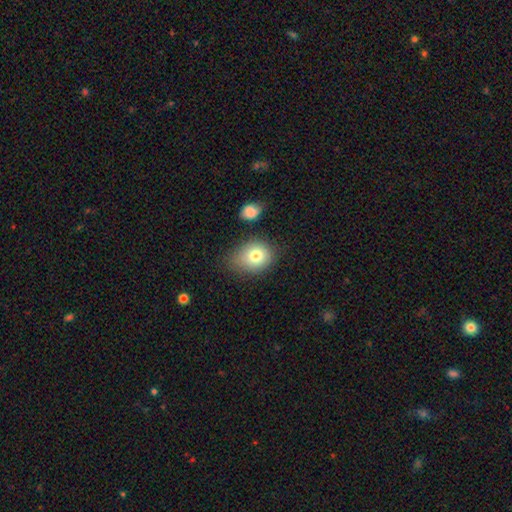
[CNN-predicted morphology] Smooth or featured? smooth (78%)
How rounded? in between (55%)
Merging? none (65%)